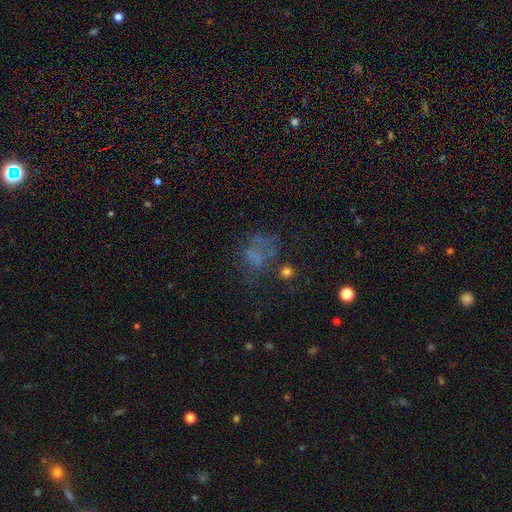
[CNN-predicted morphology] Smooth or featured?
  - smooth: 41% *
  - featured or disk: 33%
  - star or artifact: 26%
Merging?
  - major disturbance: 36% *
  - none: 35%
  - minor disturbance: 19%
  - merger: 10%